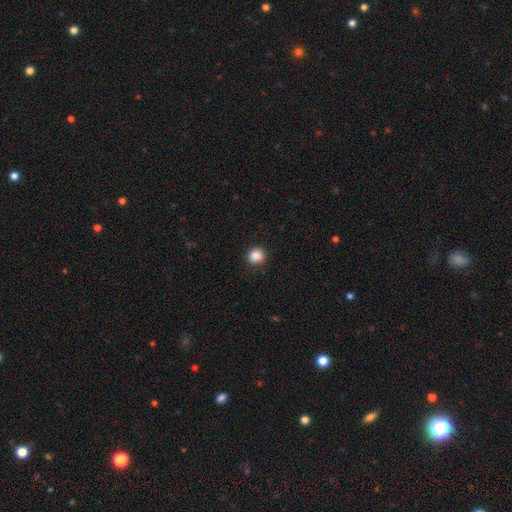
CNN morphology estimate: A smooth galaxy with no disk features (87%) that is round (89%). Merging: none (91%).